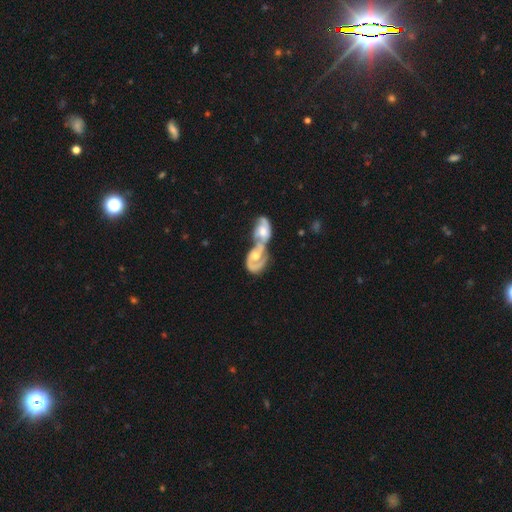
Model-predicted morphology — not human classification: A featured or disk galaxy (76%) with no bar (58%), 2 (64%) medium (39%) spiral arms (84%) and a moderate central bulge (65%).

Vote fractions:
- Smooth or featured? featured or disk: 76% / smooth: 18% / star or artifact: 7%
- Edge-on disk? no: 95% / yes: 5%
- Bar? no: 58% / weak: 32% / strong: 10%
- Spiral arms? yes: 84% / no: 16%
- Spiral winding? medium: 39% / tight: 38% / loose: 23%
- Spiral arm count? 2: 64% / 1: 16% / can't tell: 15% / 3: 2% / 4: 1% / more than 4: 1%
- Bulge size? moderate: 65% / small: 23% / large: 7% / none: 3% / dominant: 2%
- Merging? merger: 84% / none: 8% / major disturbance: 4% / minor disturbance: 4%